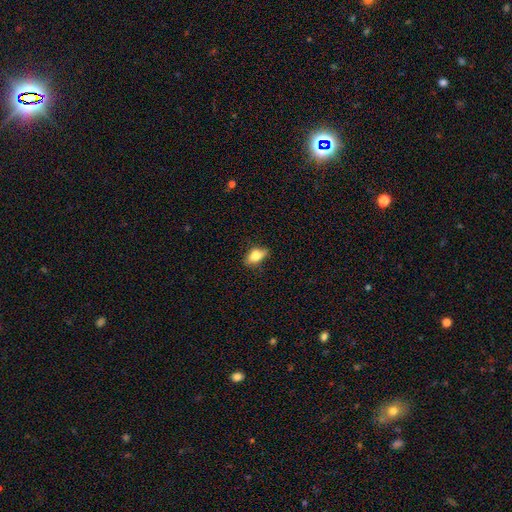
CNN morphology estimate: Smooth or featured?
  - smooth: 76% *
  - featured or disk: 16%
  - star or artifact: 8%
How rounded?
  - in between: 84% *
  - round: 8%
  - cigar-shaped: 8%
Merging?
  - none: 60% *
  - minor disturbance: 30%
  - major disturbance: 8%
  - merger: 3%